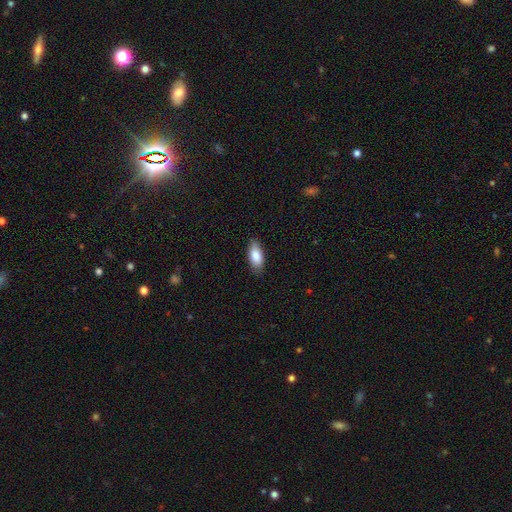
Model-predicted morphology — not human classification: Smooth or featured? Predicted: smooth (p=0.81). How rounded? Predicted: in between (p=0.87). Merging? Predicted: none (p=0.86).